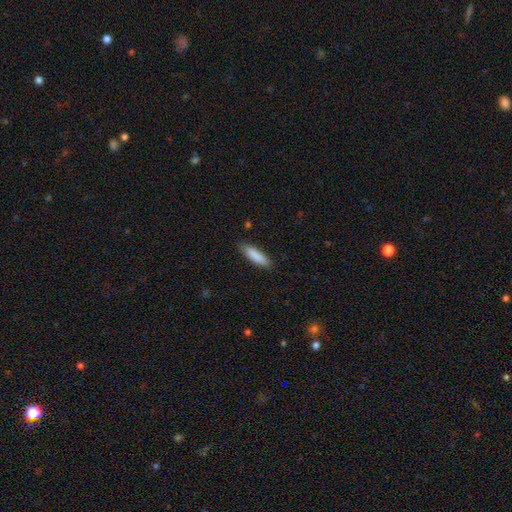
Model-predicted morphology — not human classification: Smooth or featured: smooth — 88% (featured or disk — 6%)
How rounded: cigar-shaped — 62% (in between — 37%)
Merging: none — 87% (minor disturbance — 10%)